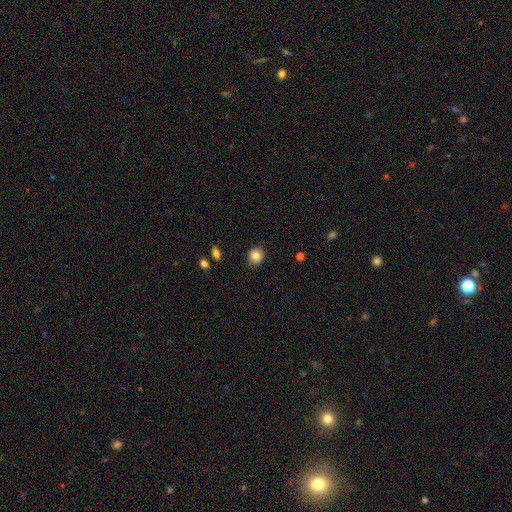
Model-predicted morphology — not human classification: A smooth galaxy with no disk features (83%) that is round (82%). Merging: none (87%).